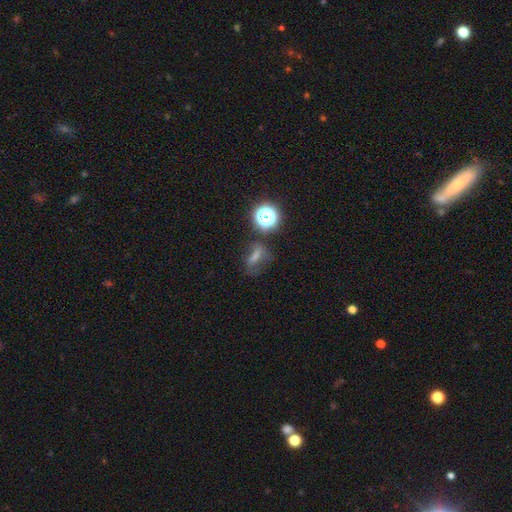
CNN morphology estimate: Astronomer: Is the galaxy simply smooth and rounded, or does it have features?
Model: smooth — 40% (runner-up: star or artifact, 37%).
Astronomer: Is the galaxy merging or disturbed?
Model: none — 63%.